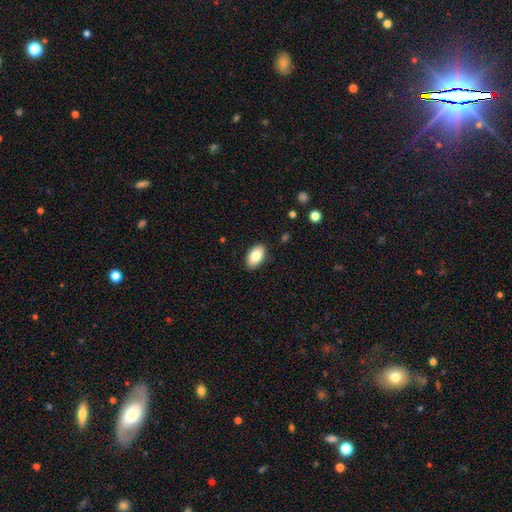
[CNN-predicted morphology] Q: Smooth or featured?
A: smooth (83%); runner-up: featured or disk (10%)
Q: How rounded?
A: in between (93%); runner-up: round (5%)
Q: Merging?
A: none (88%); runner-up: minor disturbance (9%)